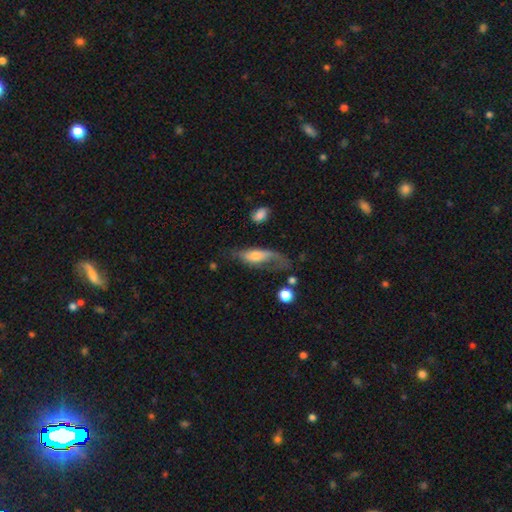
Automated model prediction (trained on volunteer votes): featured or disk 51%, smooth 41%, star or artifact 8%. Down the decision tree: edge-on disk — no (79%); merging — major disturbance (41%).